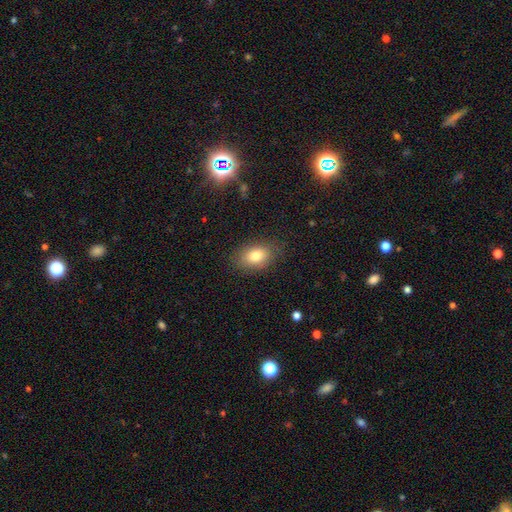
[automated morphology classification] Smooth or featured? Predicted: smooth (p=0.81). How rounded? Predicted: in between (p=0.84). Merging? Predicted: none (p=0.82).